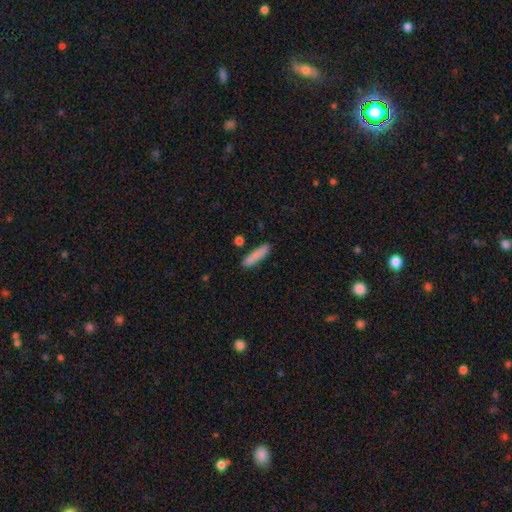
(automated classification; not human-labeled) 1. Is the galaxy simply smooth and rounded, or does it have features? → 84% smooth, 9% featured or disk, 7% star or artifact.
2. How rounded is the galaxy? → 78% cigar-shaped, 20% in between, 2% round.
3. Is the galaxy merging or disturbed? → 81% none, 12% minor disturbance, 4% merger, 2% major disturbance.